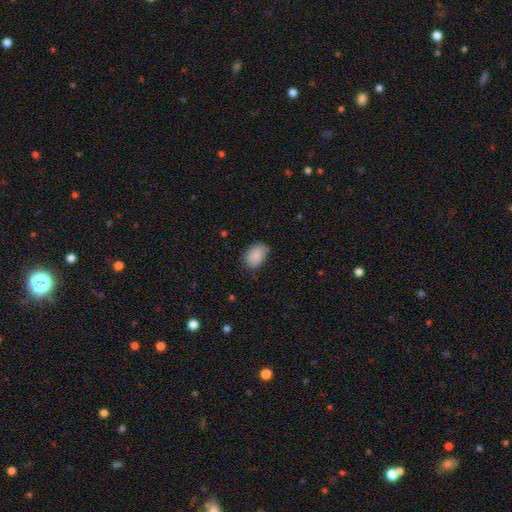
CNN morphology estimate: smooth-or-featured: smooth: 88% | star or artifact: 7% | featured or disk: 5%
  how-rounded: in between: 82% | round: 16% | cigar-shaped: 1%
  merging: none: 69% | minor disturbance: 25% | major disturbance: 4% | merger: 1%